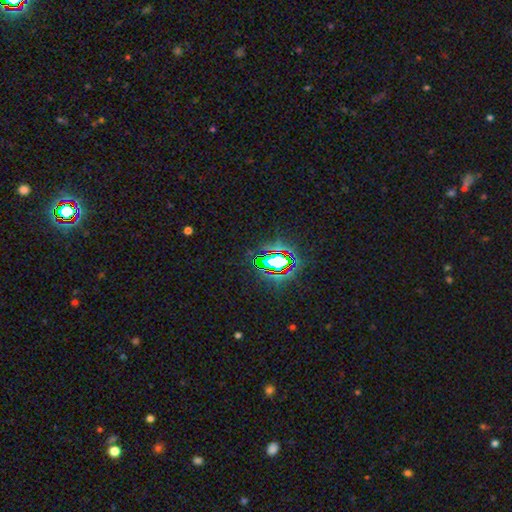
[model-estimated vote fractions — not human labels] This appears to be a star or artifact, not a galaxy (80%).